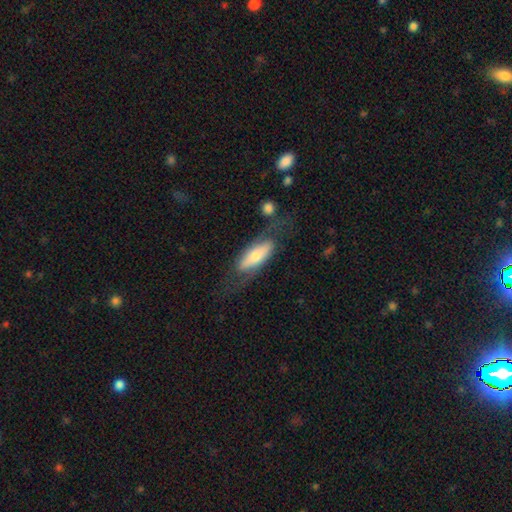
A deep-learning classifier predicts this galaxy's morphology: Overall: featured or disk (52%; smooth 41%). Edge-on disk: no (73%). Merging: none (59%; minor disturbance 20%).